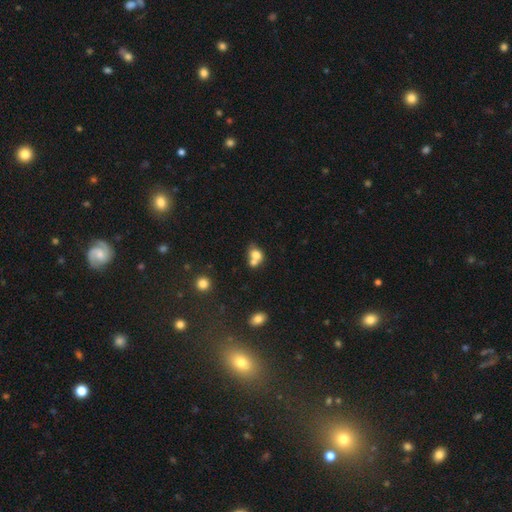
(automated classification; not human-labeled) Smooth or featured? Predicted: smooth (p=0.72). How rounded? Predicted: in between (p=0.54). Merging? Predicted: merger (p=0.62).